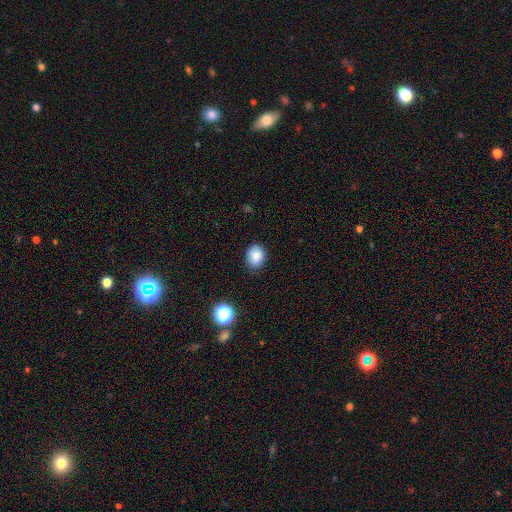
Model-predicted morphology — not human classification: A smooth galaxy with no disk features (84%) that is in between round and cigar-shaped (53%). Merging: none (84%).